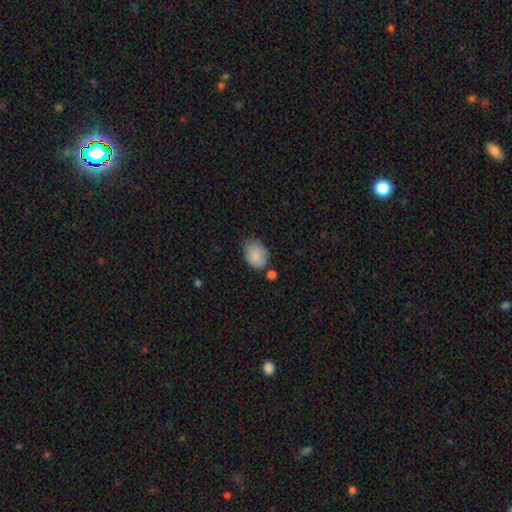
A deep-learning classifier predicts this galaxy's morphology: A smooth galaxy with no disk features (87%) that is in between round and cigar-shaped (80%). Merging: none (57%).